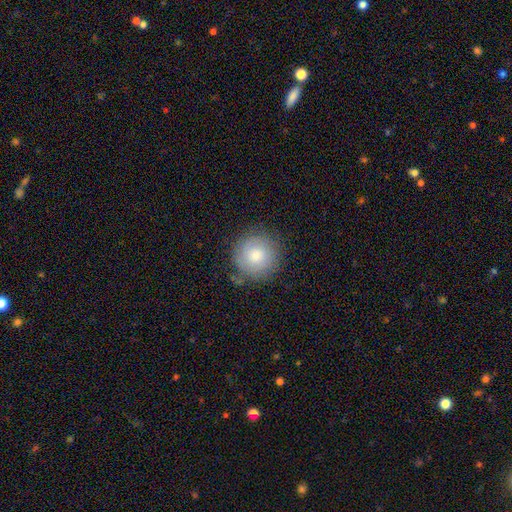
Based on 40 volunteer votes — smooth-or-featured: smooth: 80% | featured or disk: 10% | star or artifact: 10%
  how-rounded: round: 94% | in between: 6% | cigar-shaped: 0%
  merging: none: 83% | minor disturbance: 11% | major disturbance: 6% | merger: 0%